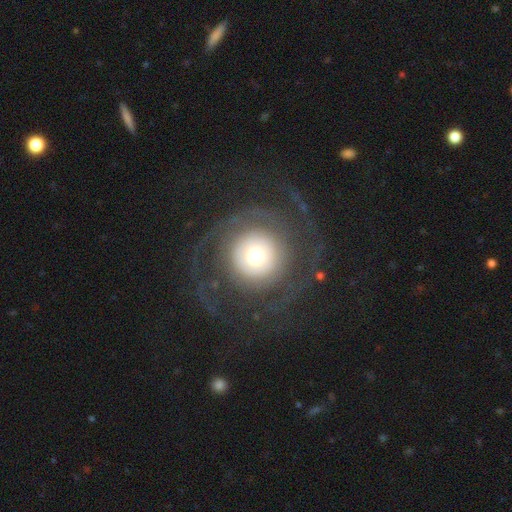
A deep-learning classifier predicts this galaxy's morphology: Overall: featured or disk (63%; smooth 29%). Edge-on disk: no (96%). Bar: no (87%). Spiral arms: yes (63%; no 37%). Bulge size: moderate (49%; large 30%). Merging: none (69%).